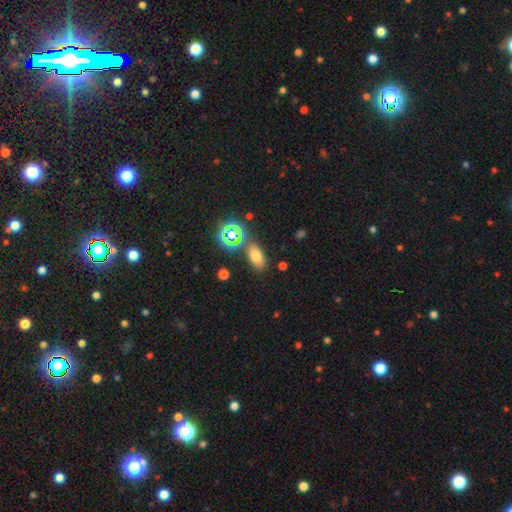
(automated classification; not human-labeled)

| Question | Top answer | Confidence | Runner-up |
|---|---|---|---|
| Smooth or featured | smooth | 65% | star or artifact (25%) |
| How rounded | in between | 84% | round (11%) |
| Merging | none | 75% | minor disturbance (12%) |